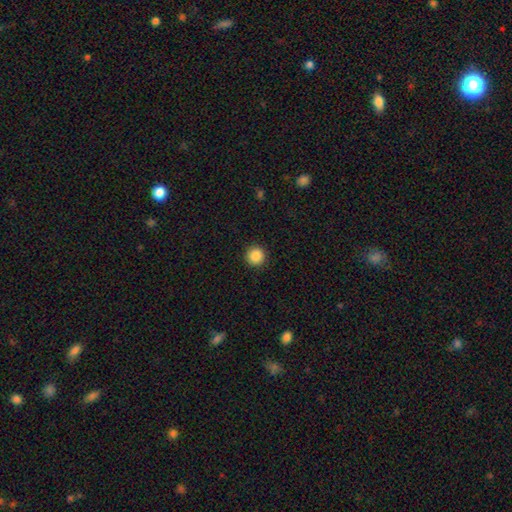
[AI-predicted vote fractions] This appears to be a smooth galaxy with no disk features (88%) that is round (95%). Merging: none (92%).